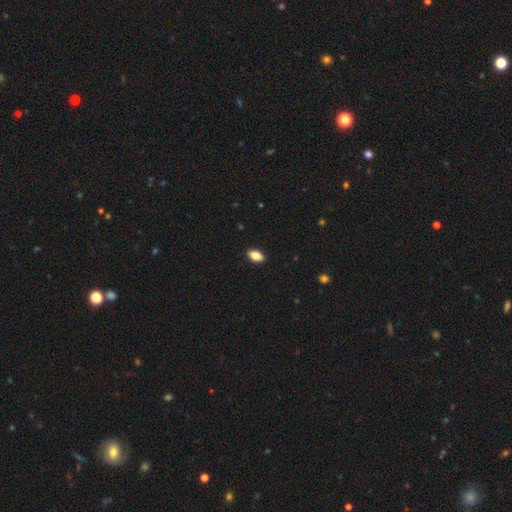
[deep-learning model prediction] Morphology: type=smooth (85%); roundness=in between (90%); merging=none (90%).